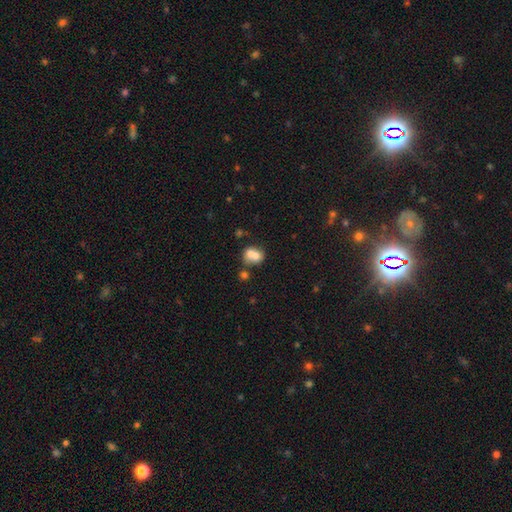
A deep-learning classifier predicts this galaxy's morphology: Smooth or featured? Predicted: smooth (p=0.69). How rounded? Predicted: round (p=0.62). Merging? Predicted: merger (p=0.62).